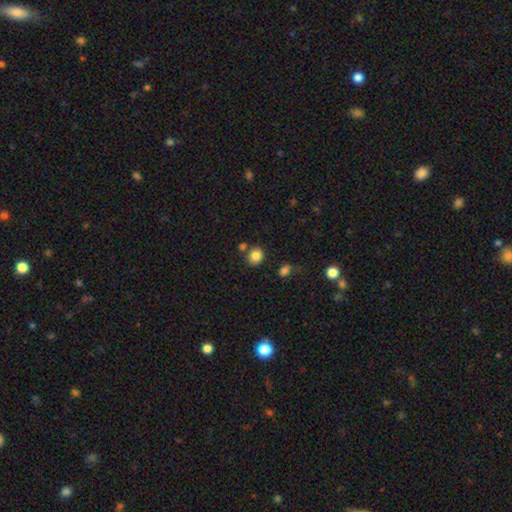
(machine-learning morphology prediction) type=smooth (84%); roundness=round (72%); merging=none (75%).